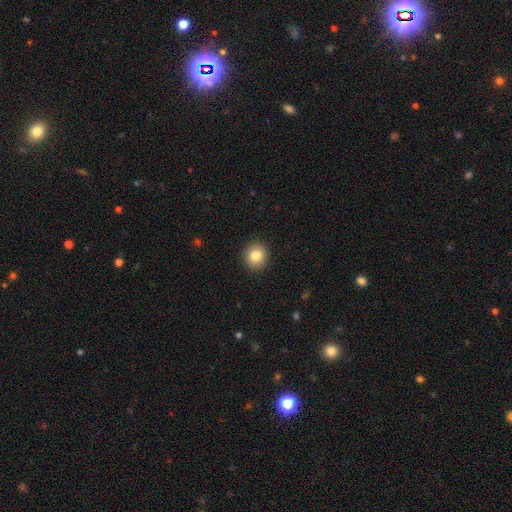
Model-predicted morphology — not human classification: Smooth or featured? smooth (83%)
How rounded? round (84%)
Merging? none (92%)